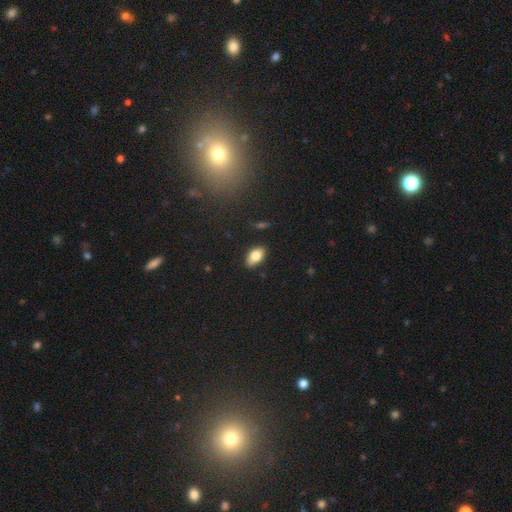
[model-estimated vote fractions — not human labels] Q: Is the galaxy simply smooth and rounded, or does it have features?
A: smooth — 79%.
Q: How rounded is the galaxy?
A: in between — 91%.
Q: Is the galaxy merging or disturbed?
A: none — 82%.